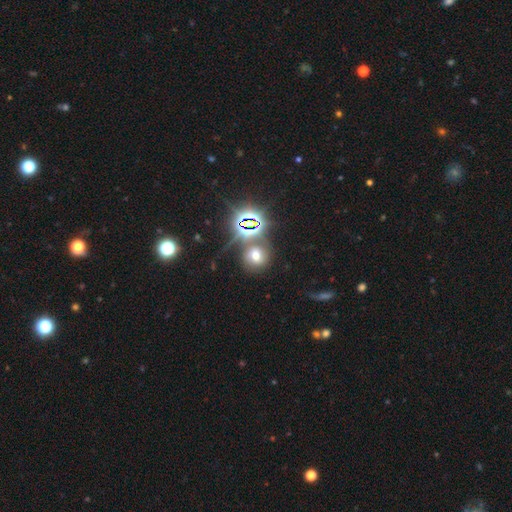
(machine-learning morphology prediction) Smooth or featured?
  - smooth: 46% *
  - star or artifact: 37%
  - featured or disk: 16%
Merging?
  - none: 62% *
  - merger: 16%
  - minor disturbance: 14%
  - major disturbance: 8%